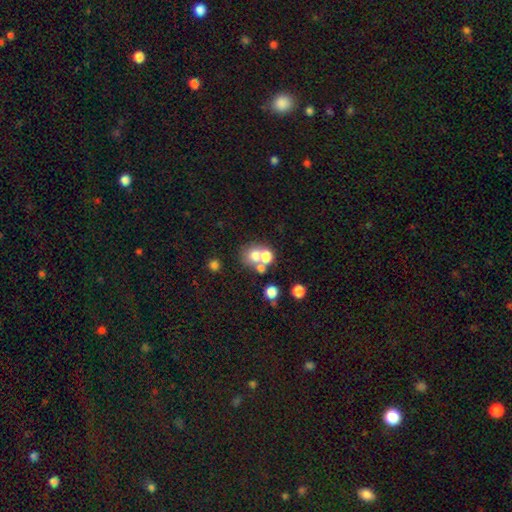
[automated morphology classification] The model was most divided on "merging": merger: 50%, none: 39%, minor disturbance: 7%, major disturbance: 5%. More confident: how rounded — round (77%); smooth or featured — smooth (66%).